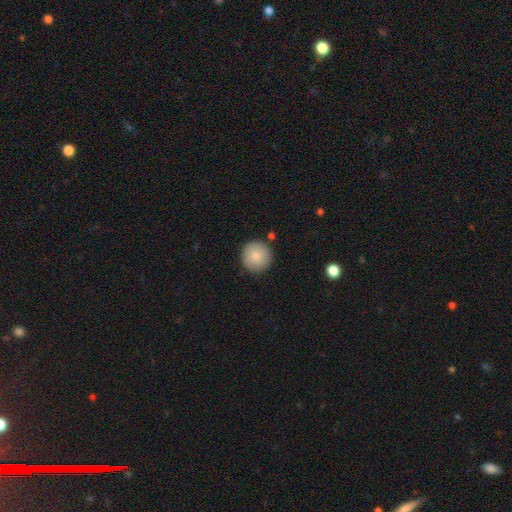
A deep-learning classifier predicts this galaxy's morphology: smooth 84%, featured or disk 9%, star or artifact 7%. Down the decision tree: how rounded — round (96%); merging — none (88%).